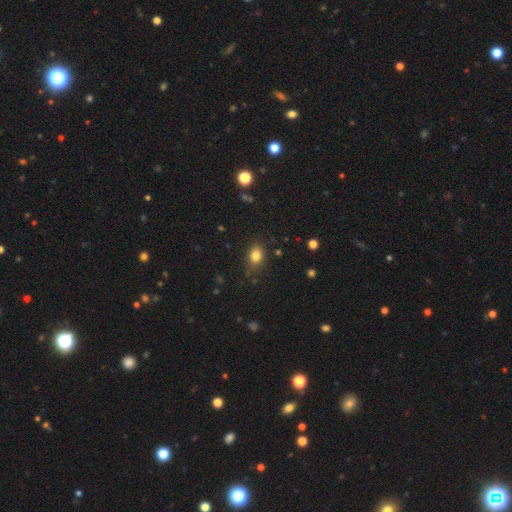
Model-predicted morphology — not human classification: The model was most divided on "how rounded": in between: 66%, round: 33%, cigar-shaped: 1%. More confident: smooth or featured — smooth (82%); merging — none (79%).